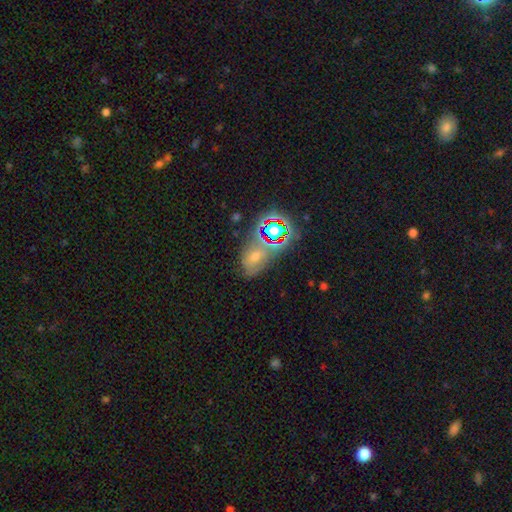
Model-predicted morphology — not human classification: smooth_or_featured: smooth (p=0.42) [alt: star or artifact p=0.35]
merging: none (p=0.56) [alt: minor disturbance p=0.21]